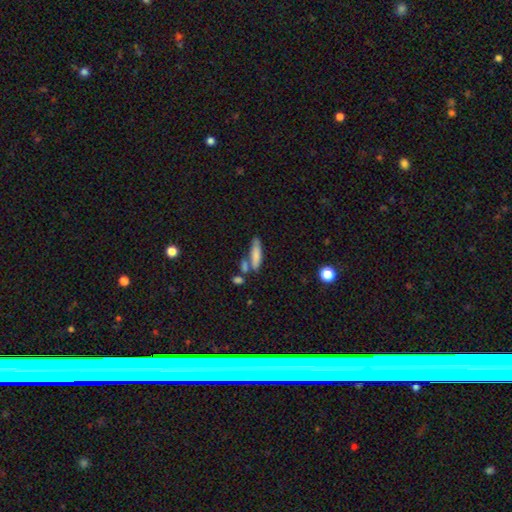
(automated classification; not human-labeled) smooth 77%, featured or disk 16%, star or artifact 8%. Down the decision tree: how rounded — cigar-shaped (69%); merging — none (54%).